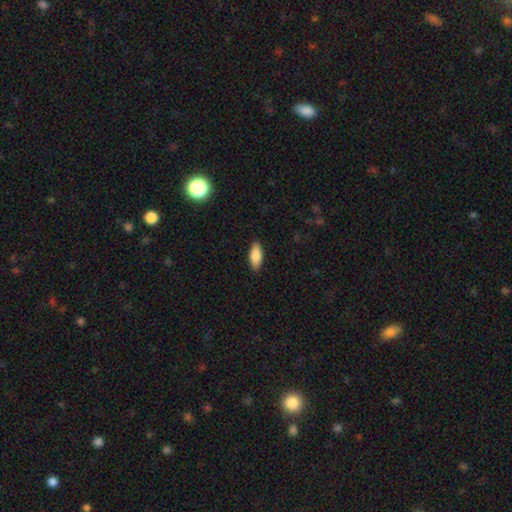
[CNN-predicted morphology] Smooth or featured? Predicted: smooth (p=0.86). How rounded? Predicted: in between (p=0.82). Merging? Predicted: none (p=0.89).